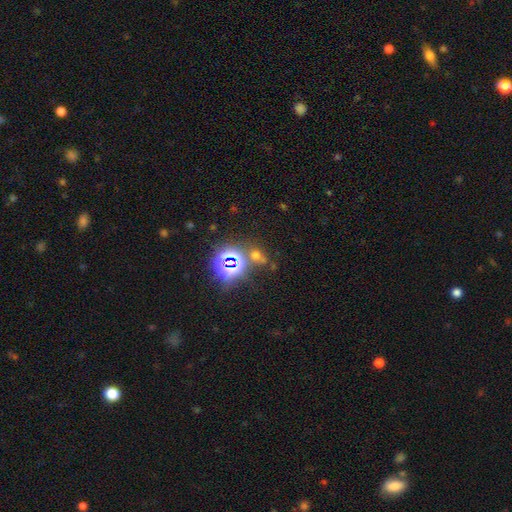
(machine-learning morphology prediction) Smooth or featured? star or artifact (51%)